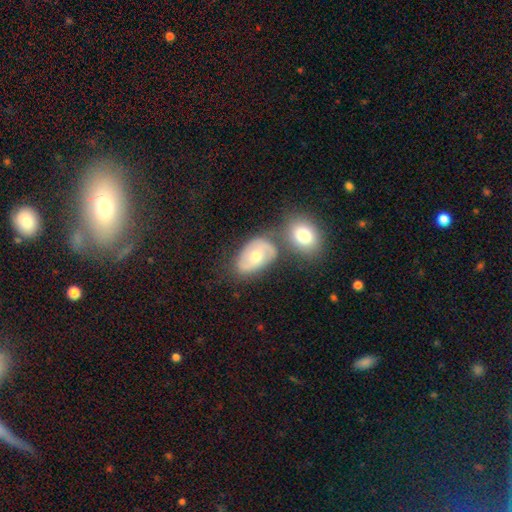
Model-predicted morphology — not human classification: A featured or disk galaxy (60%) with no bar (65%), spiral arms (79%) and a moderate central bulge (65%). Merging: none (50%).